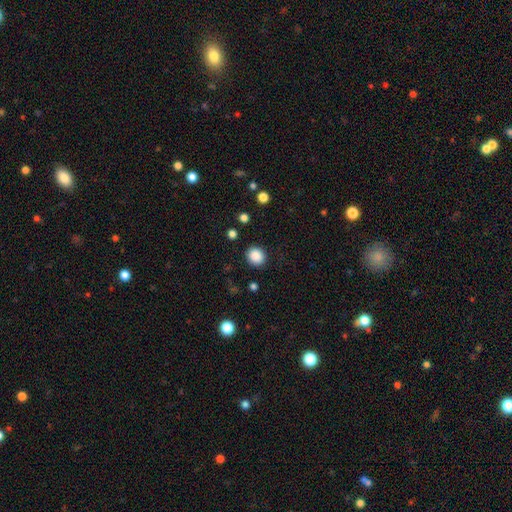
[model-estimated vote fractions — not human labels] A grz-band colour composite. It shows a smooth galaxy with no disk features (87%) that is round (75%). Merging: none (88%).